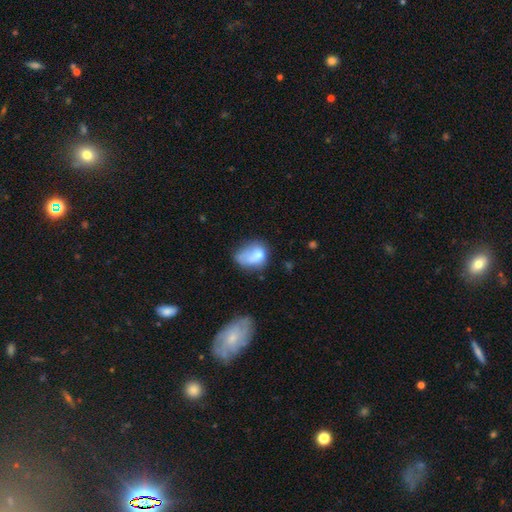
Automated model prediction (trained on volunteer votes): This appears to be a smooth galaxy with no disk features (68%) that is in between round and cigar-shaped (70%). Merging: minor disturbance (29%).